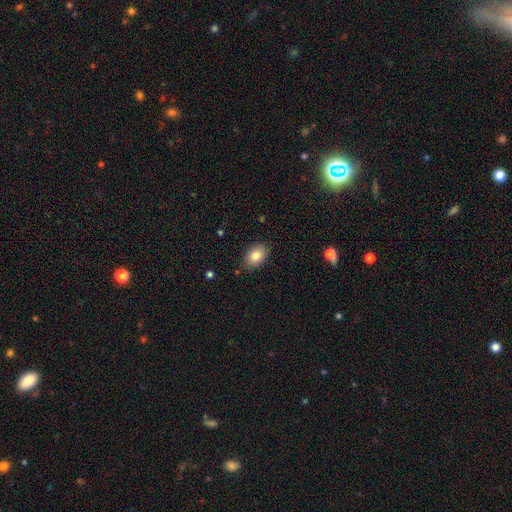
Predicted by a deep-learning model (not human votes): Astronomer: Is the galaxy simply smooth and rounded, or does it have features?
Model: smooth — 84%.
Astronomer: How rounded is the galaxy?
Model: in between — 83%.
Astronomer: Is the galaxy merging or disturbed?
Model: none — 85%.